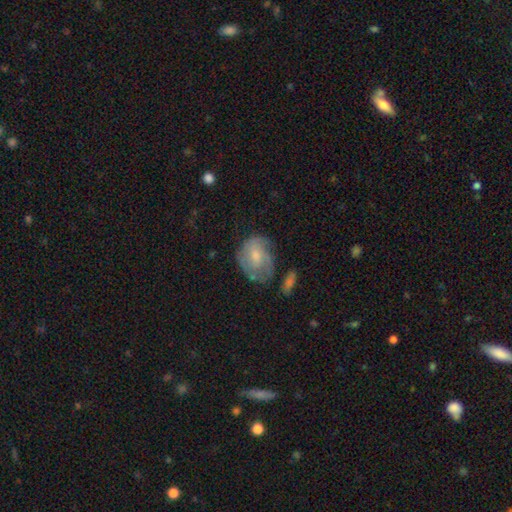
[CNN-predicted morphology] Smooth or featured? featured or disk (48%)
Merging? none (50%)